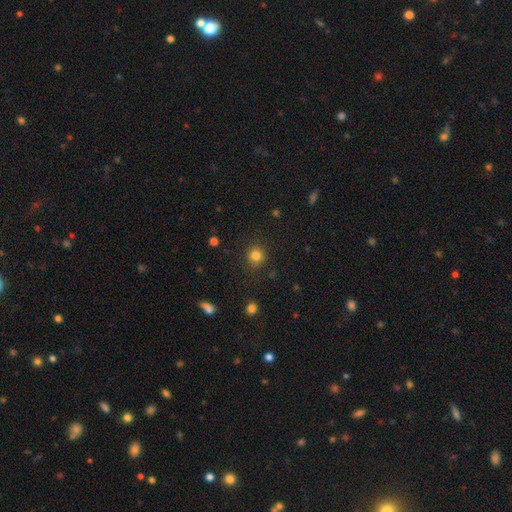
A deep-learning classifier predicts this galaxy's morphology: smooth 82%, star or artifact 13%, featured or disk 5%. Down the decision tree: how rounded — round (89%); merging — none (86%).